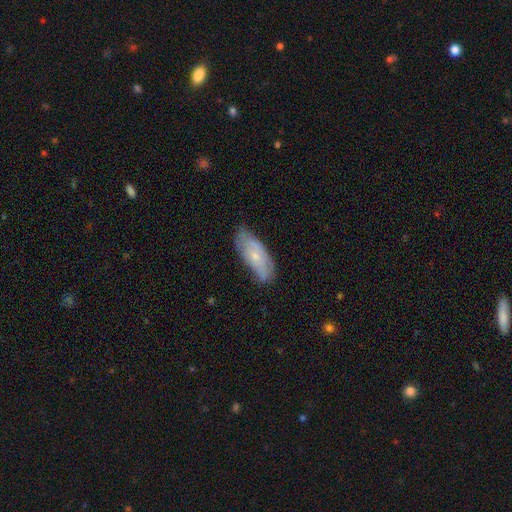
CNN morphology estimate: Smooth or featured? smooth (49%)
Merging? none (68%)